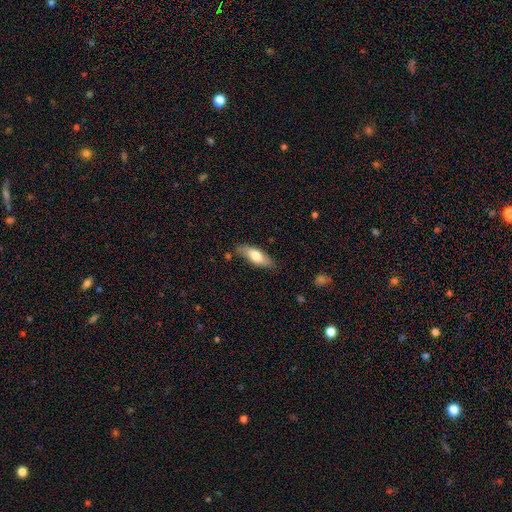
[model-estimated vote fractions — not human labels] Smooth or featured? Predicted: smooth (p=0.70). How rounded? Predicted: in between (p=0.71). Merging? Predicted: none (p=0.75).